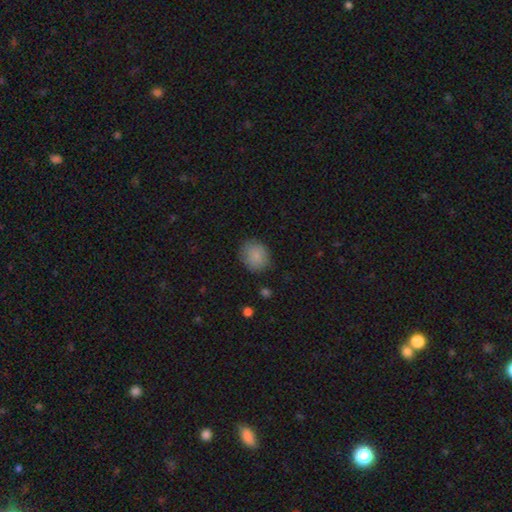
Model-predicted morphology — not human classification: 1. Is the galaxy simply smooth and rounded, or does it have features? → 86% smooth, 8% star or artifact, 6% featured or disk.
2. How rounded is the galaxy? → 74% round, 25% in between, 1% cigar-shaped.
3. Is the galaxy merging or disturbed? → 82% none, 14% minor disturbance, 3% major disturbance, 1% merger.